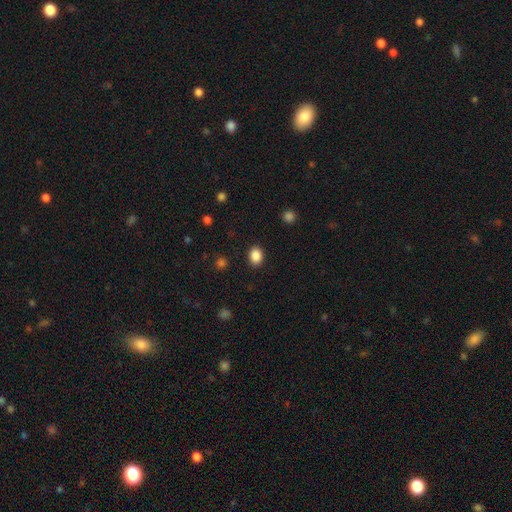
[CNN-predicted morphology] smooth 87%, star or artifact 9%, featured or disk 3%. Down the decision tree: how rounded — in between (60%); merging — none (89%).